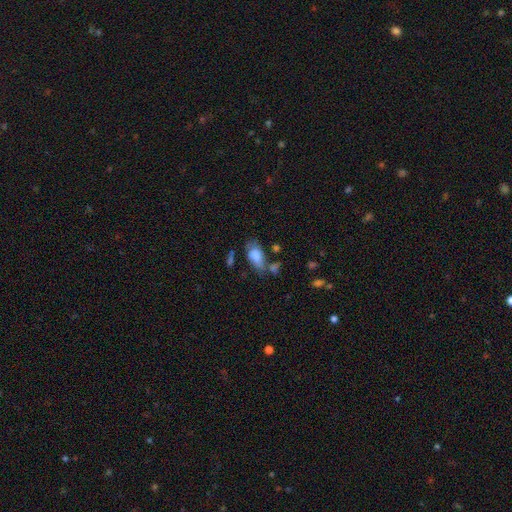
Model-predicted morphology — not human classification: Smooth or featured? Predicted: smooth (p=0.74). How rounded? Predicted: in between (p=0.90). Merging? Predicted: none (p=0.37).